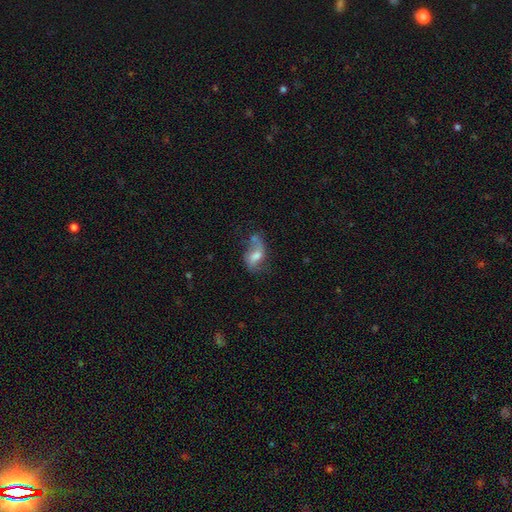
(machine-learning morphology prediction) This is possibly a featured or disk galaxy (52%). It is clearly not viewed edge-on (93%). Merging: marginally none (39%).